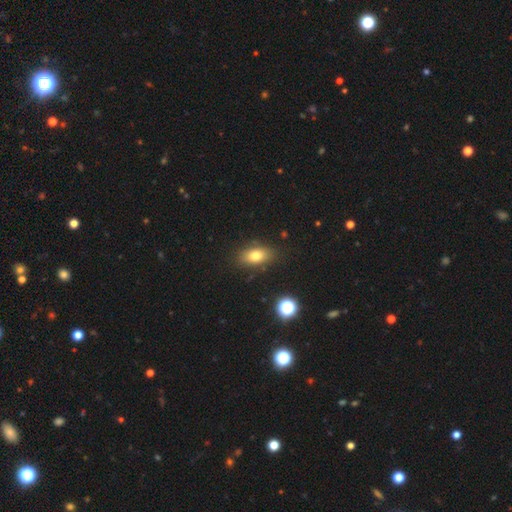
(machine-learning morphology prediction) type=smooth (78%); roundness=in between (86%); merging=none (82%).